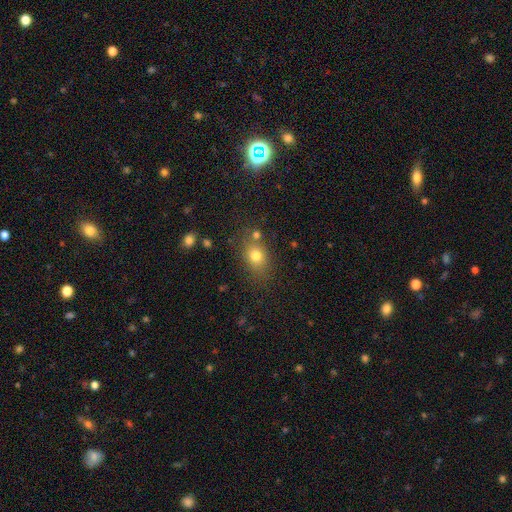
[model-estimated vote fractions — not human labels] Smooth or featured? smooth (76%)
How rounded? in between (59%)
Merging? none (72%)